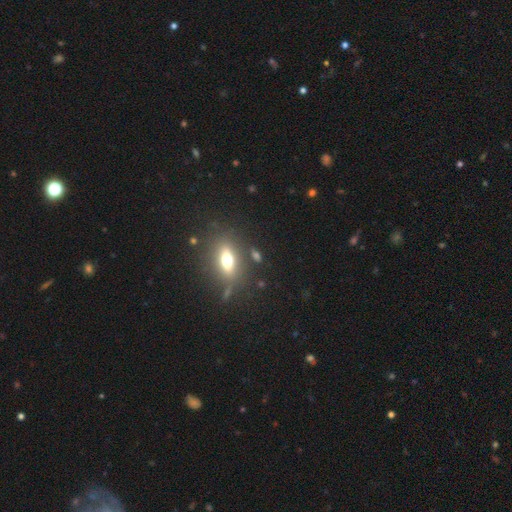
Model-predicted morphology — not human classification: Smooth or featured? smooth (54%)
How rounded? in between (68%)
Merging? none (80%)